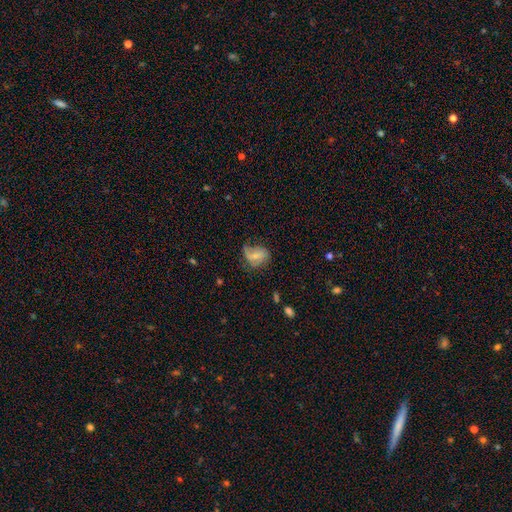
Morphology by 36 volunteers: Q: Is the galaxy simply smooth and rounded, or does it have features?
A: smooth — 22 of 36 (61%).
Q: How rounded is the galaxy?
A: in between — 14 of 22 (64%).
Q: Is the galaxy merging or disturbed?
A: minor disturbance — 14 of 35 (40%).